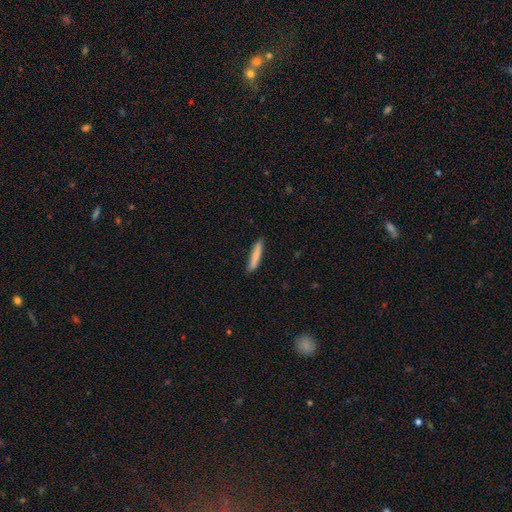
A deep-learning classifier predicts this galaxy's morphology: smooth 80%, featured or disk 14%, star or artifact 6%. Down the decision tree: how rounded — cigar-shaped (91%); merging — none (86%).